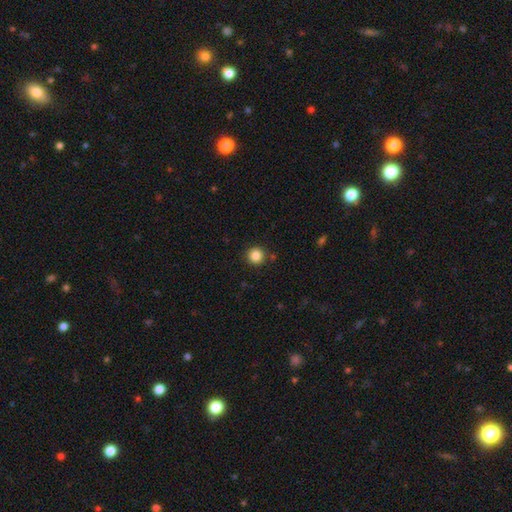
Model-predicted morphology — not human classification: Smooth or featured?
  - smooth: 85% *
  - star or artifact: 11%
  - featured or disk: 4%
How rounded?
  - round: 95% *
  - in between: 4%
  - cigar-shaped: 1%
Merging?
  - none: 89% *
  - minor disturbance: 6%
  - merger: 3%
  - major disturbance: 2%